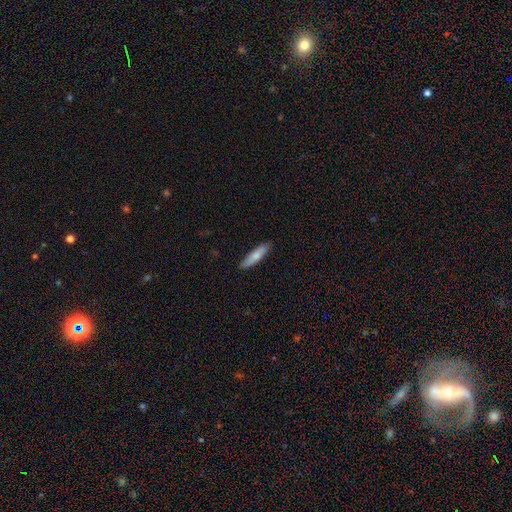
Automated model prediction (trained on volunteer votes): smooth_or_featured: smooth (p=0.75) [alt: featured or disk p=0.20]
how_rounded: cigar-shaped (p=0.79) [alt: in between p=0.19]
merging: none (p=0.90) [alt: minor disturbance p=0.08]